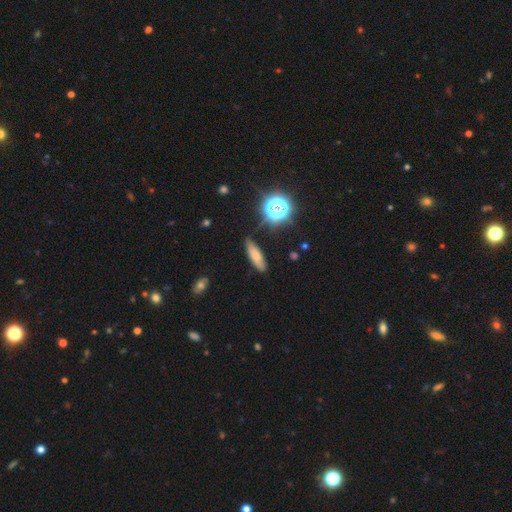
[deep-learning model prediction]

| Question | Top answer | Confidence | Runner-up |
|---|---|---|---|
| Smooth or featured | smooth | 69% | featured or disk (17%) |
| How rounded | cigar-shaped | 55% | in between (40%) |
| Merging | none | 76% | minor disturbance (17%) |